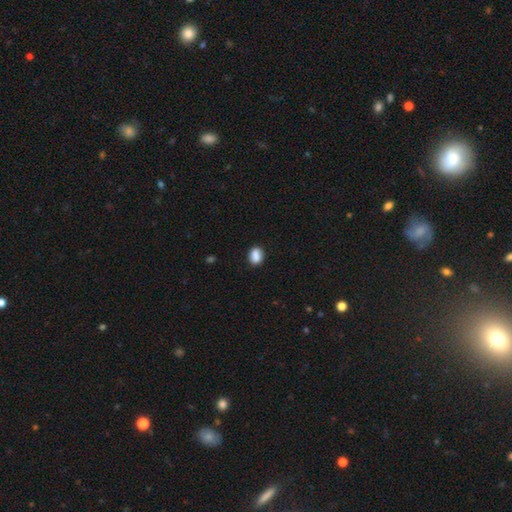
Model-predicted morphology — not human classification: A smooth galaxy with no disk features (86%) that is in between round and cigar-shaped (70%). Merging: none (83%).